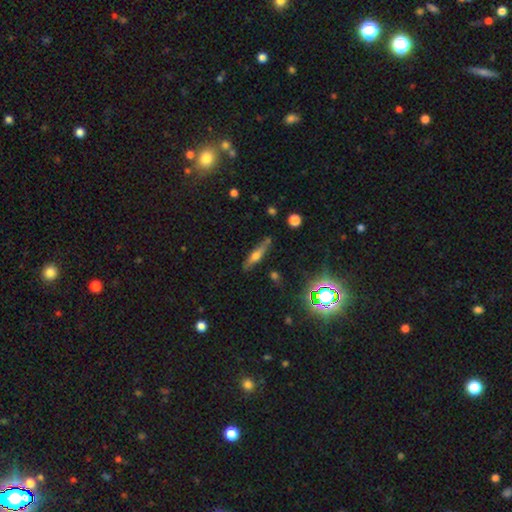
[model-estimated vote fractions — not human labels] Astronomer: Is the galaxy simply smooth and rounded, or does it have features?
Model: featured or disk — 51% (runner-up: smooth, 38%).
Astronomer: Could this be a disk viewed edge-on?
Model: yes — 89%.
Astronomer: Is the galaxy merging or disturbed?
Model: none — 78%.